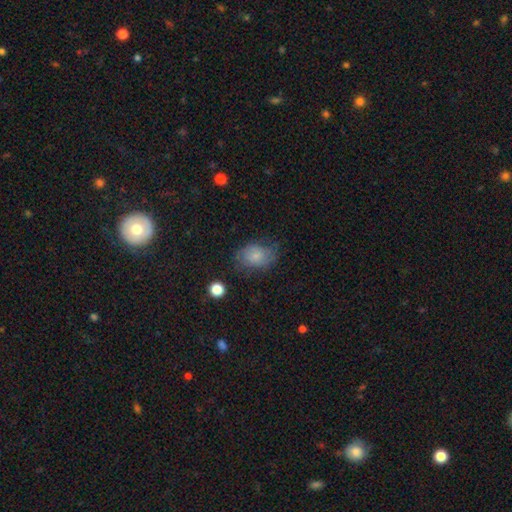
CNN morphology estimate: The model was most divided on "merging": none: 62%, minor disturbance: 25%, major disturbance: 11%, merger: 2%. More confident: how rounded — in between (73%); smooth or featured — smooth (67%).